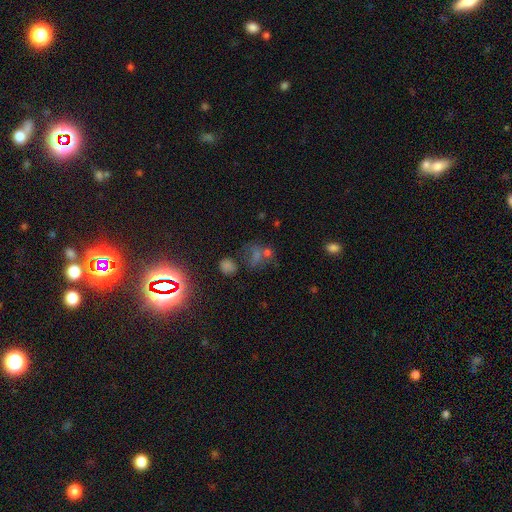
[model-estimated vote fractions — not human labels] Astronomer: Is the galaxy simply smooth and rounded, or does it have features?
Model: star or artifact — 53% (runner-up: smooth, 31%).